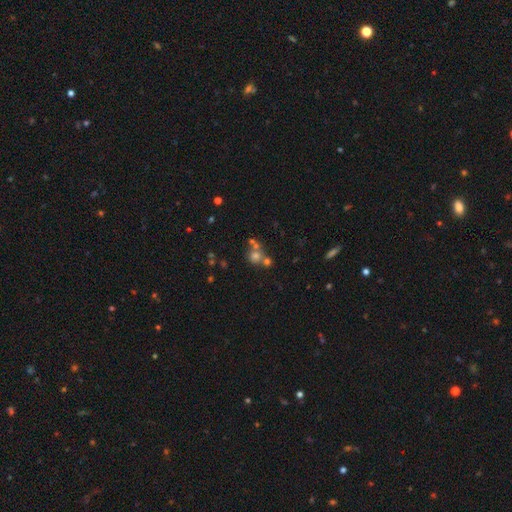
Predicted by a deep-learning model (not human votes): The model was most divided on "merging": none: 48%, merger: 40%, minor disturbance: 8%, major disturbance: 4%. More confident: how rounded — round (86%); smooth or featured — smooth (63%).